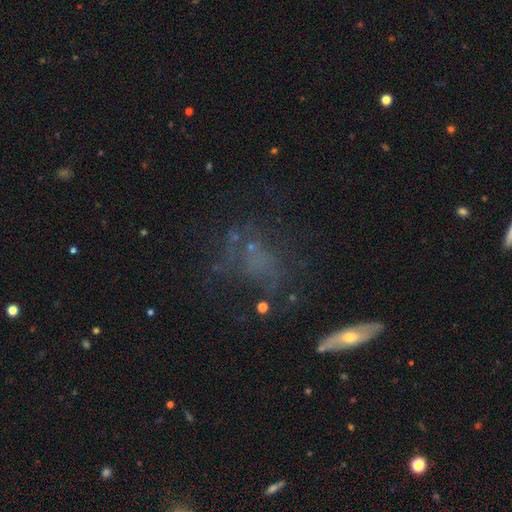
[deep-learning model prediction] This is marginally a featured or disk galaxy (39%). Merging: possibly none (50%).